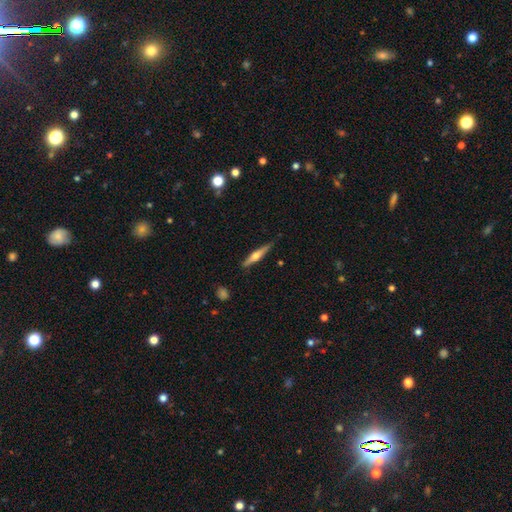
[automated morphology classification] featured or disk 63%, smooth 32%, star or artifact 6%. Down the decision tree: edge-on disk — yes (97%); edge-on bulge — rounded (90%); merging — none (85%).